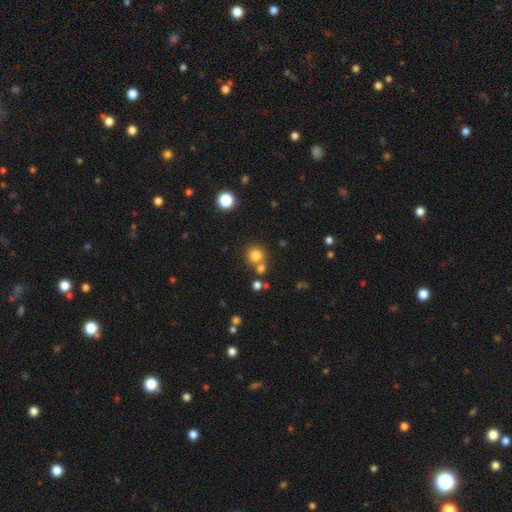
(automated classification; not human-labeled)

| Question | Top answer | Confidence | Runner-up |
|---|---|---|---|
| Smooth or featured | smooth | 79% | star or artifact (14%) |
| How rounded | round | 92% | in between (7%) |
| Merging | none | 69% | merger (21%) |